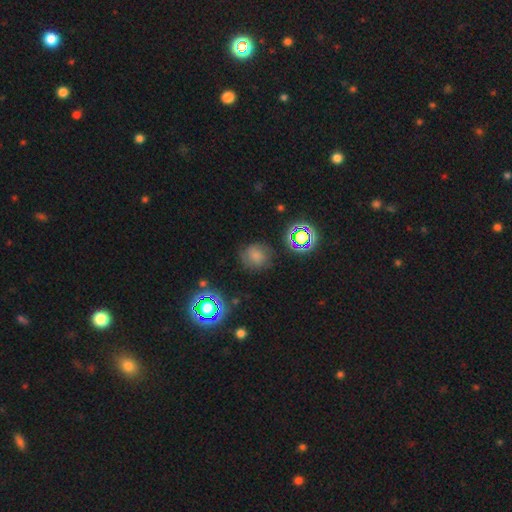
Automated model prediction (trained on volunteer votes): Smooth or featured: smooth — 63% (star or artifact — 20%)
How rounded: round — 81% (in between — 18%)
Merging: none — 73% (minor disturbance — 17%)